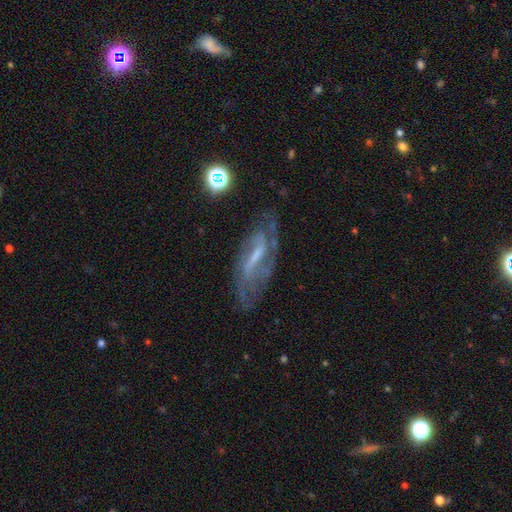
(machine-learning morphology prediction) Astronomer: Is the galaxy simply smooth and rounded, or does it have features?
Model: featured or disk — 77%.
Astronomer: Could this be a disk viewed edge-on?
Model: no — 83%.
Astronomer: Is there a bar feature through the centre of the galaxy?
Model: weak — 43% (runner-up: strong, 41%).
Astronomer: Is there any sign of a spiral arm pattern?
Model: yes — 88%.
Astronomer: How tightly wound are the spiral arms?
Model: medium — 43% (runner-up: tight, 30%).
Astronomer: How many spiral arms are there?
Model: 2 — 57%.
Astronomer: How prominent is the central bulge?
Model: small — 42% (runner-up: none, 30%).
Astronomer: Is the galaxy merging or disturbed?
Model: none — 66%.